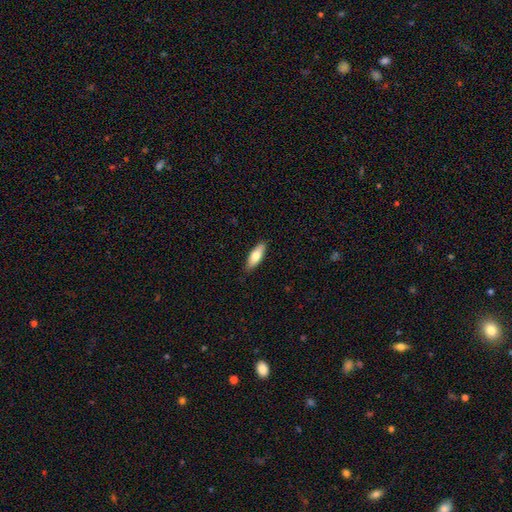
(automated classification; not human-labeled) Overall: smooth (73%). How rounded: in between (63%; cigar-shaped 35%). Merging: none (87%).